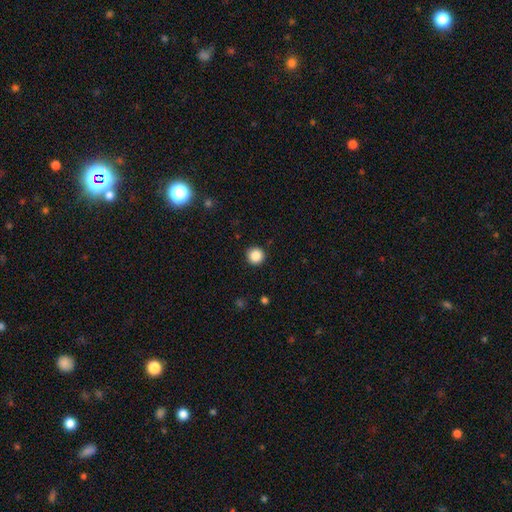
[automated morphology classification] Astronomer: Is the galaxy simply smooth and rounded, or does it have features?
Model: smooth — 87%.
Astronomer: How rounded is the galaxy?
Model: round — 96%.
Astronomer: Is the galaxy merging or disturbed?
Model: none — 92%.